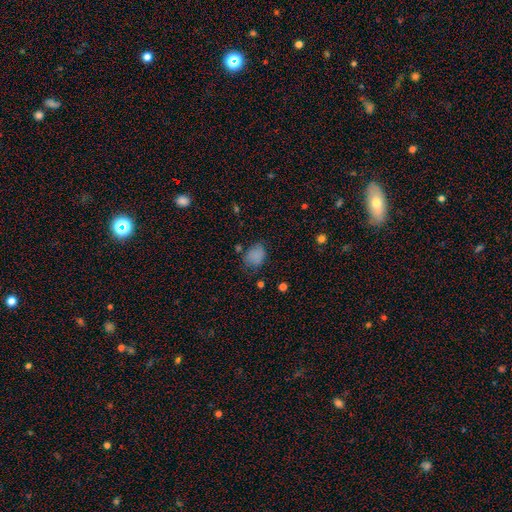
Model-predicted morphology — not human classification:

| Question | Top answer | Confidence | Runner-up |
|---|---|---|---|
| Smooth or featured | smooth | 82% | star or artifact (11%) |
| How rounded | in between | 67% | round (32%) |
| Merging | none | 62% | minor disturbance (27%) |